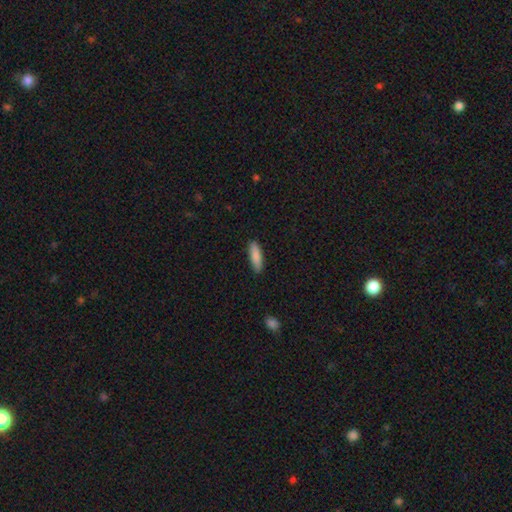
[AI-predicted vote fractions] smooth_or_featured: smooth (p=0.87) [alt: featured or disk p=0.07]
how_rounded: cigar-shaped (p=0.58) [alt: in between p=0.41]
merging: none (p=0.89) [alt: minor disturbance p=0.08]